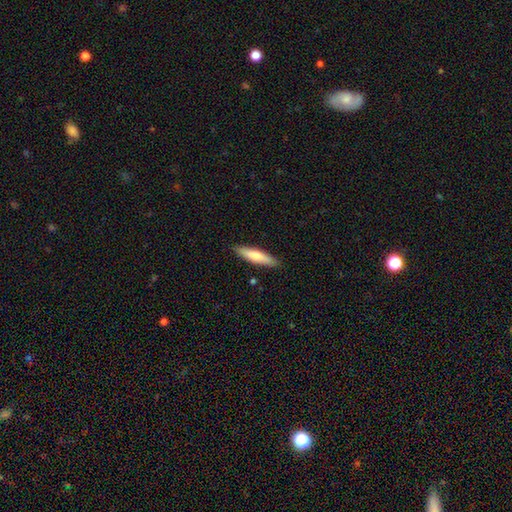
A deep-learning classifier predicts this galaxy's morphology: This appears to be a smooth galaxy with no disk features (65%) that is cigar-shaped (78%). Merging: none (89%).